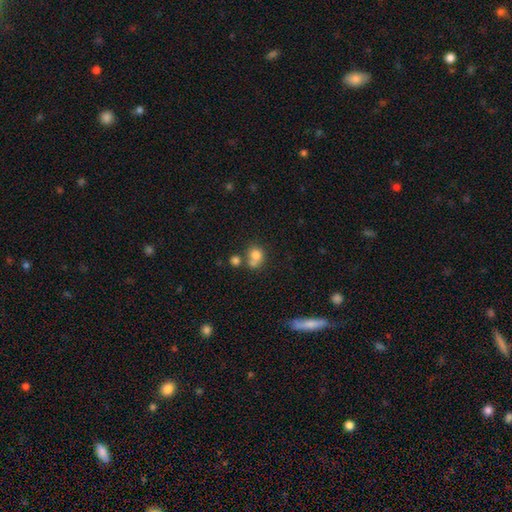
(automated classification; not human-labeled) This is likely a smooth galaxy (77%). How rounded: likely round (75%). Merging: marginally none (43%).